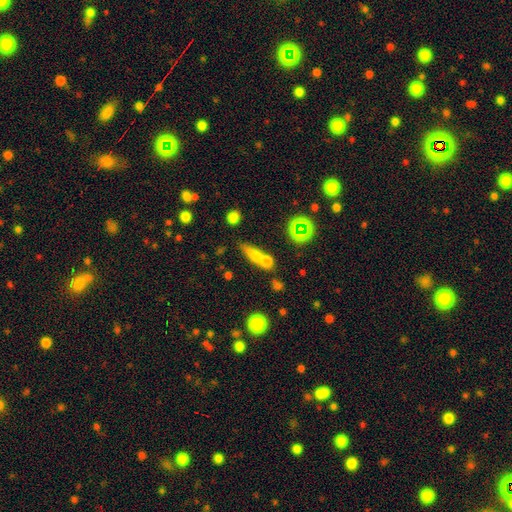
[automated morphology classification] smooth-or-featured: smooth: 61% | featured or disk: 23% | star or artifact: 16%
  how-rounded: cigar-shaped: 44% | in between: 36% | round: 20%
  merging: merger: 48% | none: 37% | minor disturbance: 10% | major disturbance: 6%